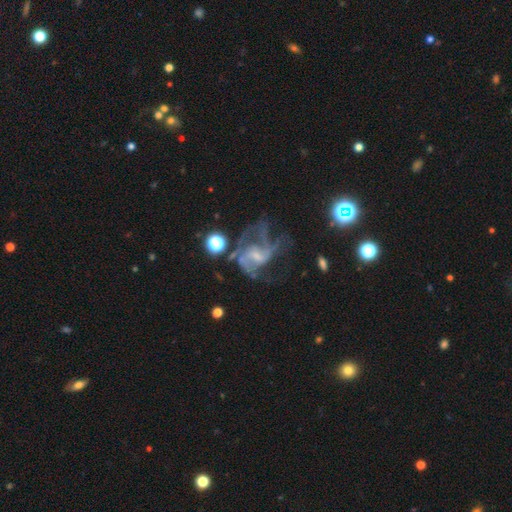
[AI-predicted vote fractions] A featured or disk galaxy (75%) with no bar (46%), 2 (35%) loose (42%, tied with medium) spiral arms (78%) and a small central bulge (51%). Merging: major disturbance (46%).